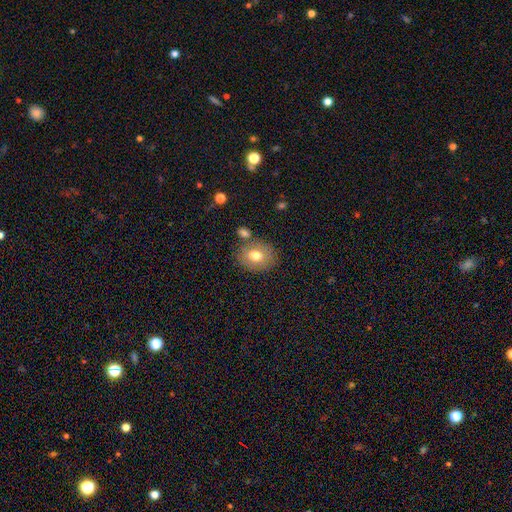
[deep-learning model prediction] Smooth or featured? smooth (74%)
How rounded? round (50%)
Merging? none (73%)